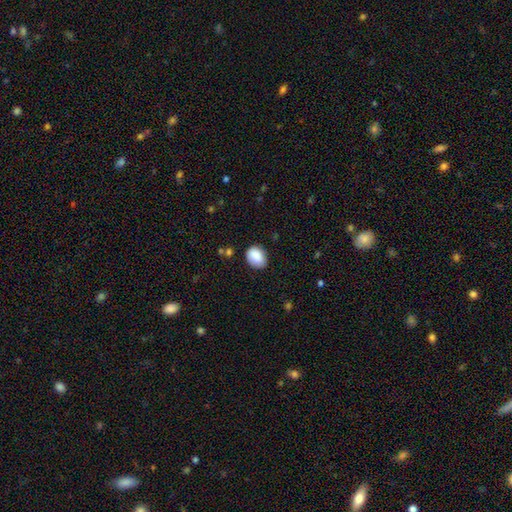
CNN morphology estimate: Smooth or featured: smooth — 87% (star or artifact — 7%)
How rounded: in between — 67% (round — 32%)
Merging: none — 78% (minor disturbance — 17%)